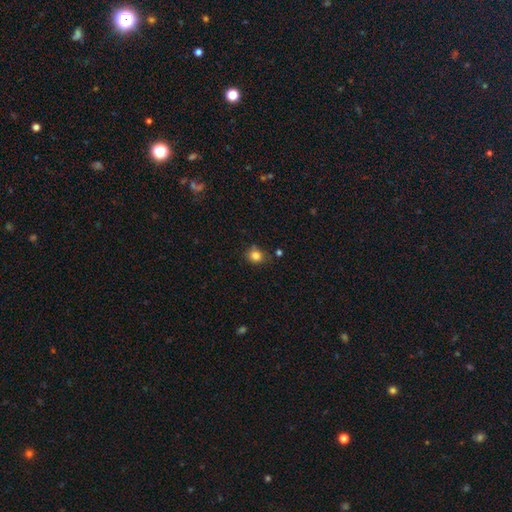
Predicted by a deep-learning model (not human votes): Smooth or featured: smooth — 83% (star or artifact — 11%)
How rounded: round — 69% (in between — 30%)
Merging: none — 72% (minor disturbance — 19%)